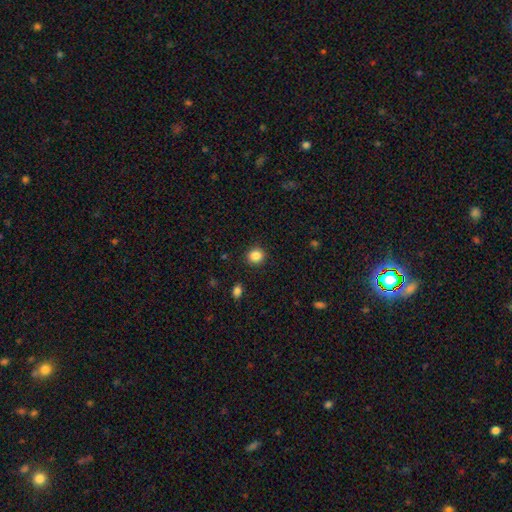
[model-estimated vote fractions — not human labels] The model was most divided on "how rounded": round: 86%, in between: 13%, cigar-shaped: 1%. More confident: merging — none (91%); smooth or featured — smooth (86%).